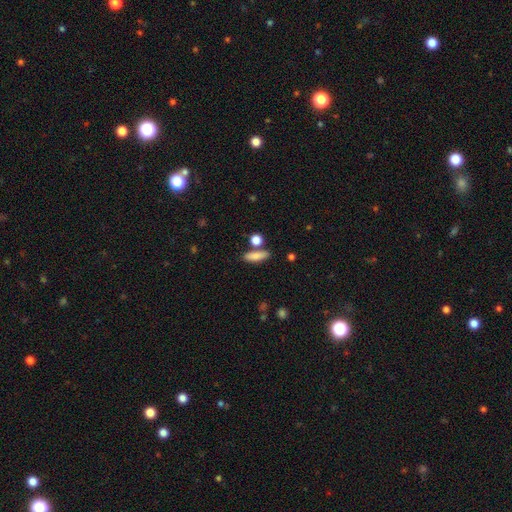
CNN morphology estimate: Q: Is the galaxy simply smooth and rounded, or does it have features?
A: smooth — 80%.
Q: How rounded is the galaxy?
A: cigar-shaped — 51%.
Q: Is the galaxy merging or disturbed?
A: none — 73%.